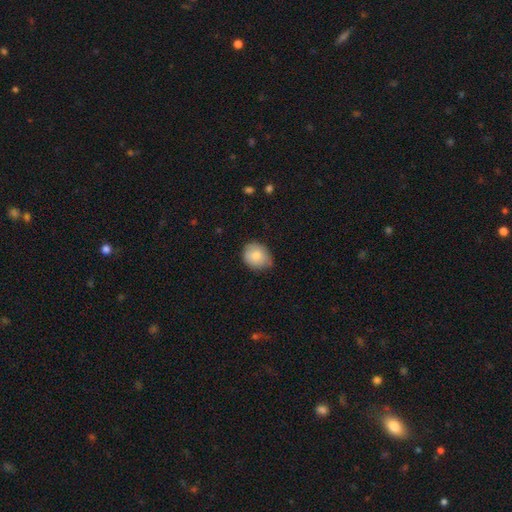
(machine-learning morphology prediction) Q: Smooth or featured?
A: smooth (82%); runner-up: featured or disk (11%)
Q: How rounded?
A: round (57%); runner-up: in between (42%)
Q: Merging?
A: none (64%); runner-up: minor disturbance (30%)